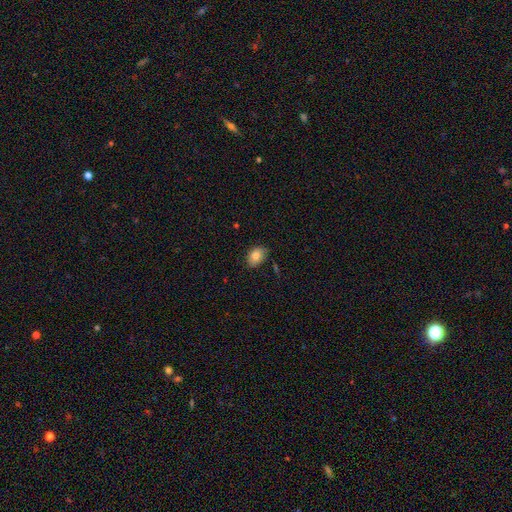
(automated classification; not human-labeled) The model was most divided on "how rounded": in between: 79%, round: 20%, cigar-shaped: 1%. More confident: smooth or featured — smooth (82%); merging — none (77%).